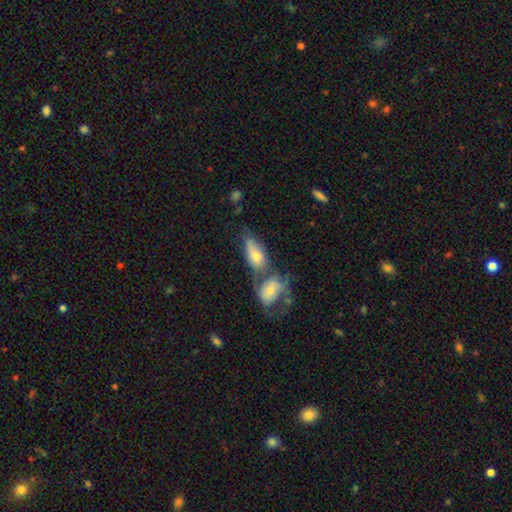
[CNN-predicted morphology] Smooth or featured? Predicted: smooth (p=0.62). How rounded? Predicted: in between (p=0.83). Merging? Predicted: merger (p=0.56).